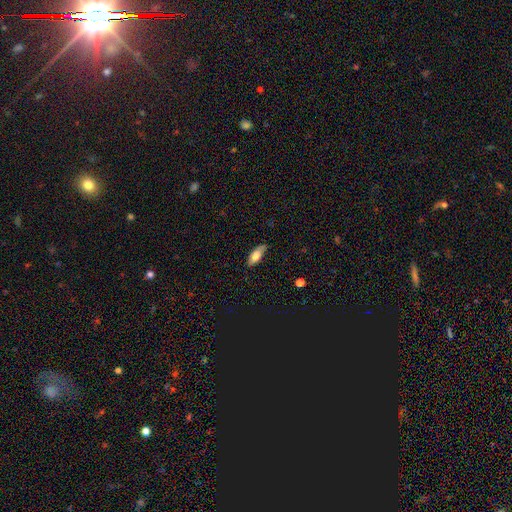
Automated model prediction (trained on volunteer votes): Morphology: type=smooth (75%); roundness=in between (76%); merging=none (69%).